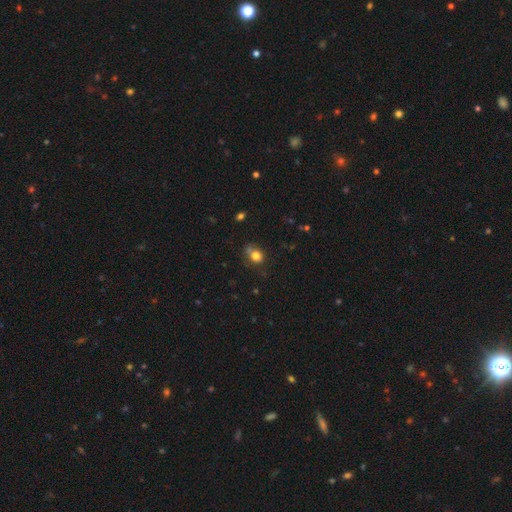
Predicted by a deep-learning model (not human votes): This appears to be a smooth galaxy with no disk features (79%) that is round (59%). Merging: none (54%).